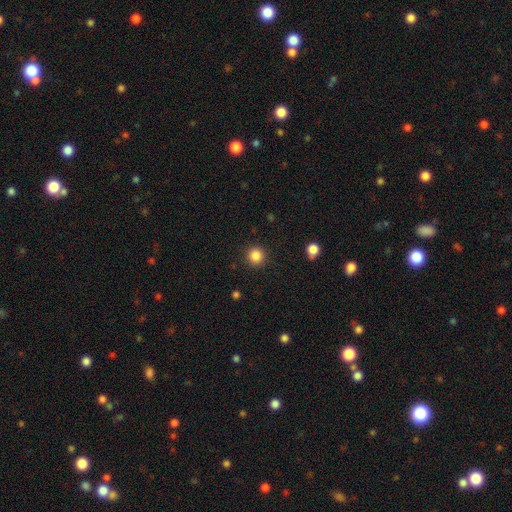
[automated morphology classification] Smooth or featured: smooth — 86% (star or artifact — 11%)
How rounded: round — 94% (in between — 5%)
Merging: none — 91% (minor disturbance — 6%)